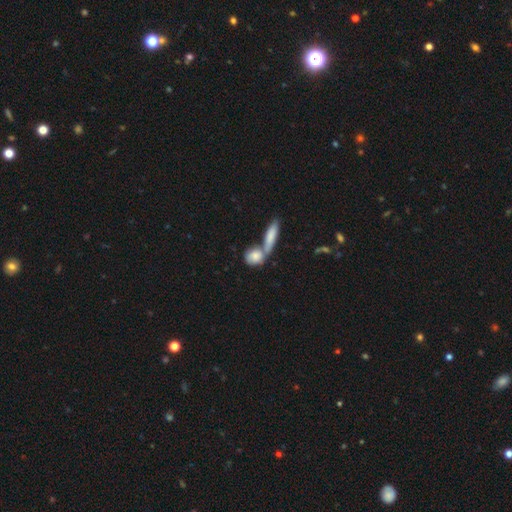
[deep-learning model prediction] This appears to be a smooth galaxy with no disk features (81%) that is in between round and cigar-shaped (42%). Merging: merger (47%).